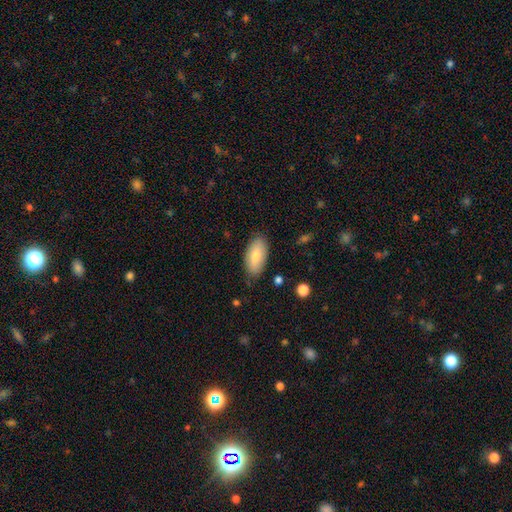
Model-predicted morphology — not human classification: A smooth galaxy with no disk features (80%) that is in between round and cigar-shaped (91%). Merging: none (83%).